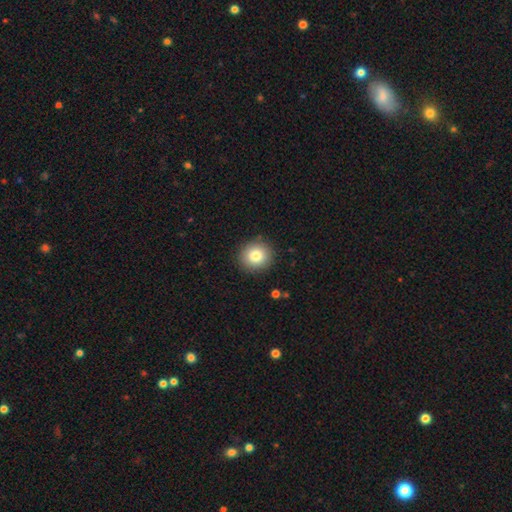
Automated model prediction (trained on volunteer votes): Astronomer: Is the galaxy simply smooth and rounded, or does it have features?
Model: smooth — 82%.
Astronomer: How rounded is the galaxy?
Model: round — 89%.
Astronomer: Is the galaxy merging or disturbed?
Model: none — 90%.